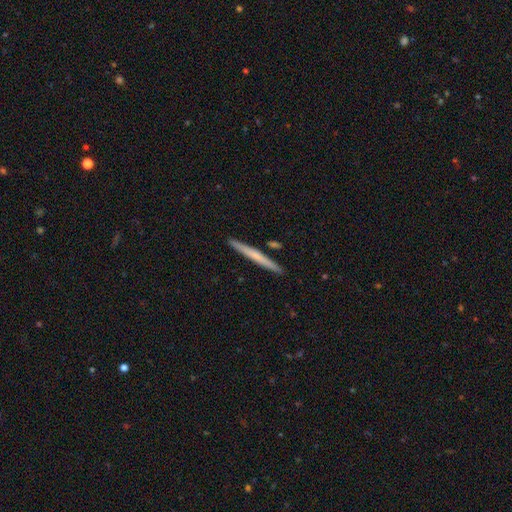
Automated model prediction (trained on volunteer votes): Smooth or featured: smooth — 54% (featured or disk — 41%)
How rounded: cigar-shaped — 97% (in between — 2%)
Merging: none — 90% (minor disturbance — 6%)